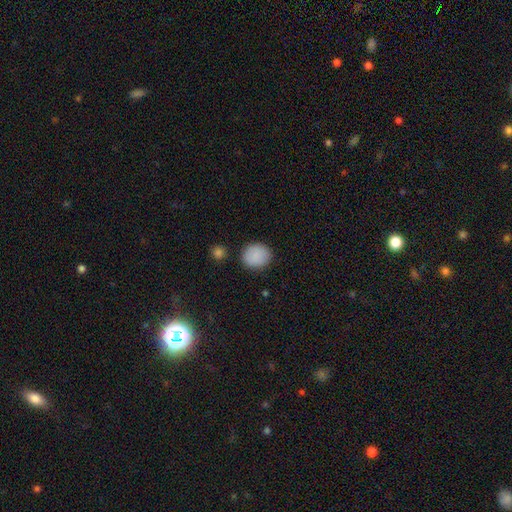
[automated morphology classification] Smooth or featured?
  - smooth: 89% *
  - star or artifact: 8%
  - featured or disk: 3%
How rounded?
  - round: 74% *
  - in between: 25%
  - cigar-shaped: 1%
Merging?
  - none: 87% *
  - minor disturbance: 9%
  - major disturbance: 2%
  - merger: 2%